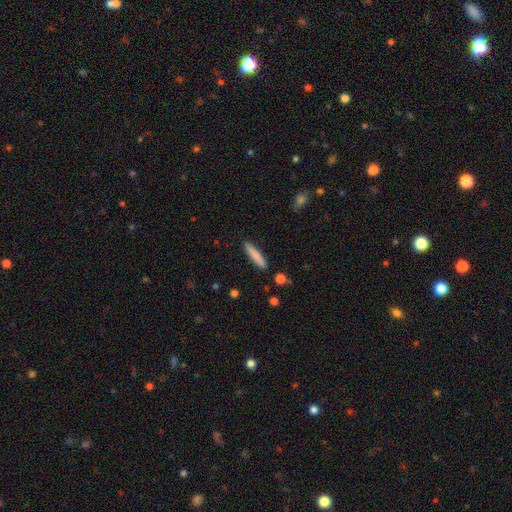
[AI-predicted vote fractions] Morphology: type=smooth (82%); roundness=cigar-shaped (90%); merging=none (89%).